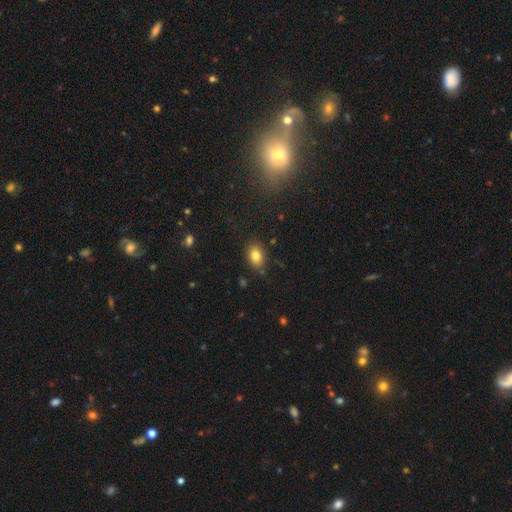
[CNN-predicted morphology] smooth 81%, star or artifact 10%, featured or disk 9%. Down the decision tree: how rounded — in between (75%); merging — none (83%).